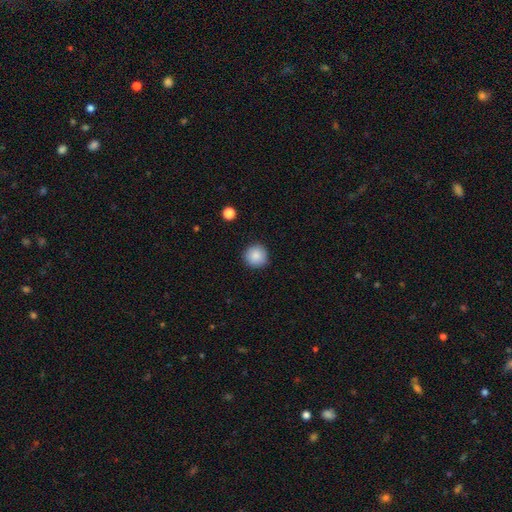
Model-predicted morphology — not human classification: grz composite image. It shows a smooth galaxy with no disk features (87%) that is round (95%). Merging: none (91%).